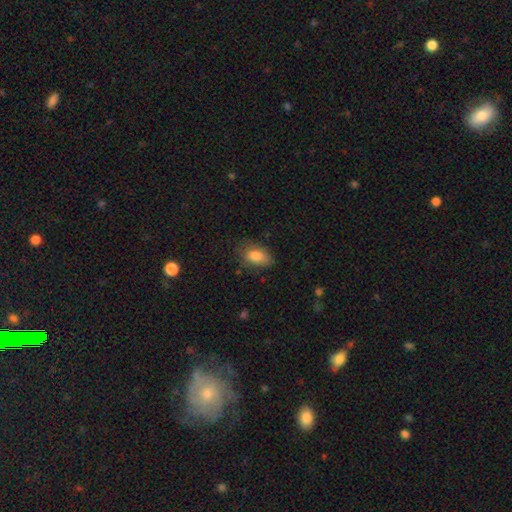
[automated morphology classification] Q: Smooth or featured?
A: smooth (83%); runner-up: featured or disk (10%)
Q: How rounded?
A: in between (89%); runner-up: round (8%)
Q: Merging?
A: none (67%); runner-up: minor disturbance (24%)